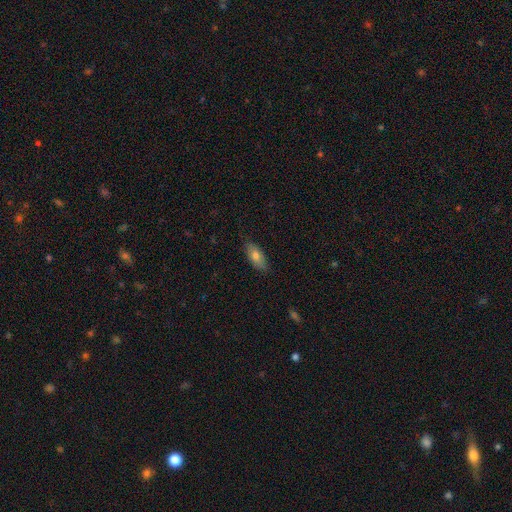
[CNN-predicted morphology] Smooth or featured? smooth (73%)
How rounded? in between (85%)
Merging? none (81%)